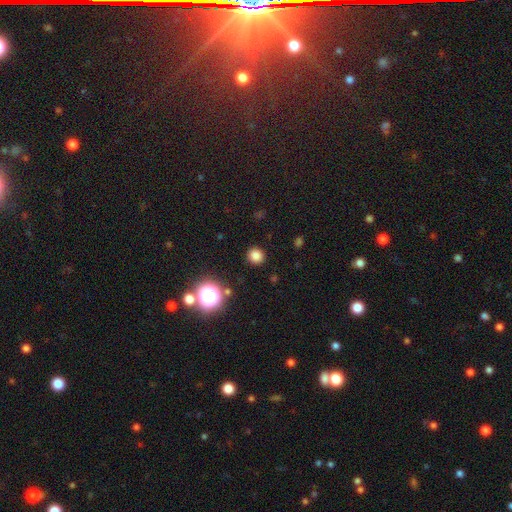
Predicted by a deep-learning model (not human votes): smooth-or-featured: smooth: 80% | star or artifact: 16% | featured or disk: 5%
  how-rounded: round: 89% | in between: 10% | cigar-shaped: 1%
  merging: none: 90% | minor disturbance: 6% | major disturbance: 2% | merger: 2%